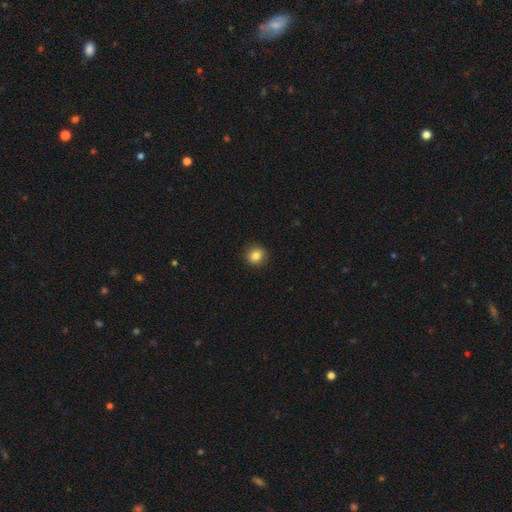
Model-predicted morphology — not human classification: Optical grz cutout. It shows a smooth galaxy with no disk features (84%) that is round (84%). Merging: none (91%).